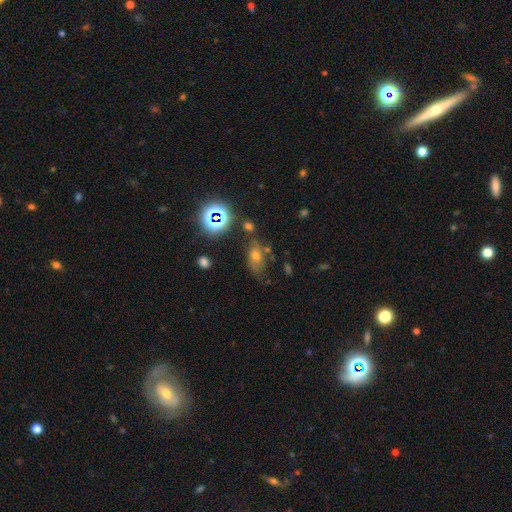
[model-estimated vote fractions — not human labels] smooth 51%, star or artifact 27%, featured or disk 22%. Down the decision tree: how rounded — in between (79%); merging — none (61%).